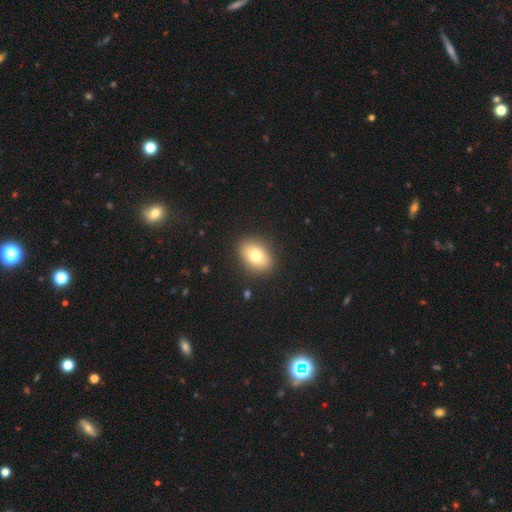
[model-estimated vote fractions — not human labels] Smooth or featured? Predicted: smooth (p=0.77). How rounded? Predicted: in between (p=0.75). Merging? Predicted: none (p=0.88).